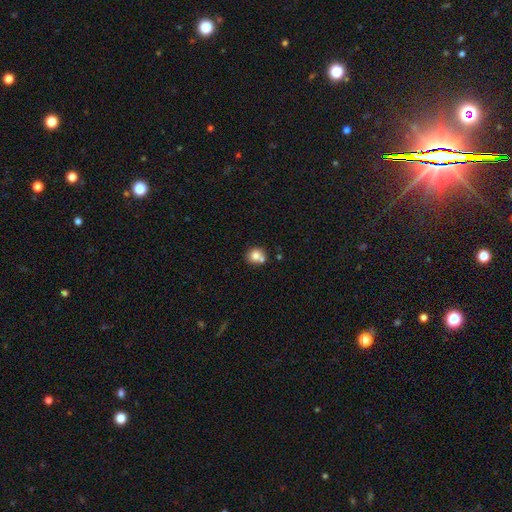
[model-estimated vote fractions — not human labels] This appears to be a smooth galaxy with no disk features (78%) that is round (83%). Merging: none (55%).